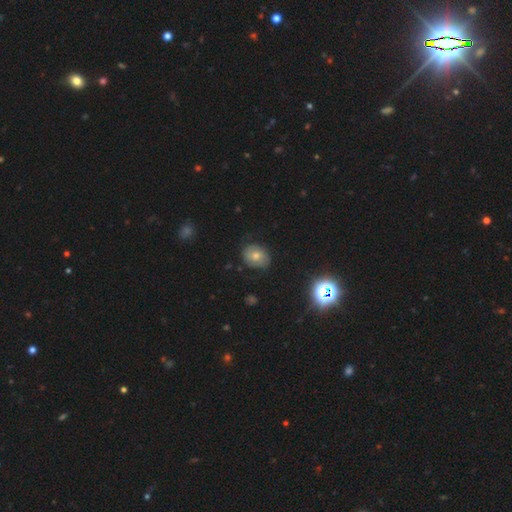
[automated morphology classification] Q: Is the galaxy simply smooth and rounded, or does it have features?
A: smooth — 55%.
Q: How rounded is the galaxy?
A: in between — 53%.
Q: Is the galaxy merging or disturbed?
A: none — 75%.